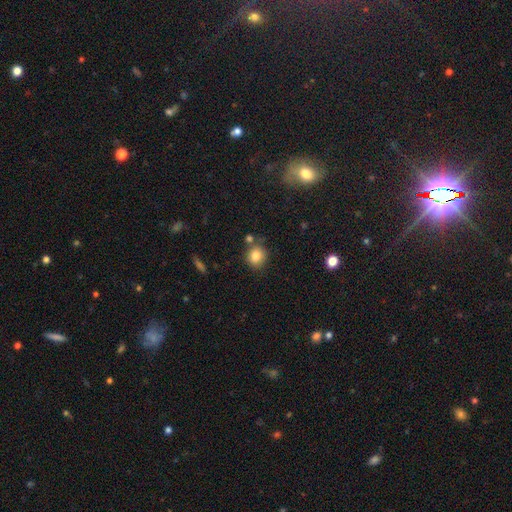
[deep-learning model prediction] smooth-or-featured: smooth: 83% | star or artifact: 10% | featured or disk: 7%
  how-rounded: round: 82% | in between: 17% | cigar-shaped: 1%
  merging: none: 76% | minor disturbance: 11% | merger: 10% | major disturbance: 3%